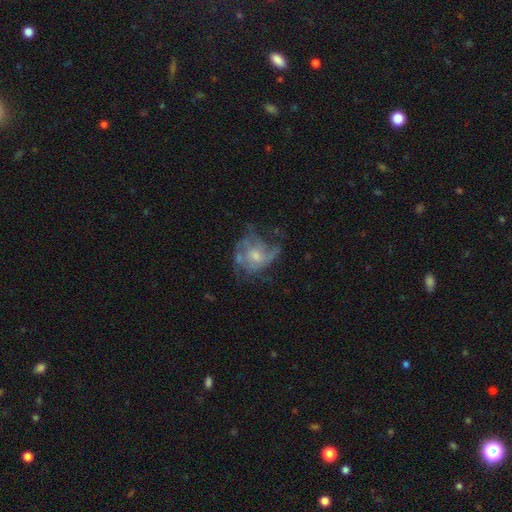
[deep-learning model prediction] A featured or disk galaxy (70%) with no bar (73%), spiral arms (66%) and a moderate central bulge (46%).

Vote fractions:
- Smooth or featured? featured or disk: 70% / smooth: 22% / star or artifact: 8%
- Edge-on disk? no: 98% / yes: 2%
- Bar? no: 73% / weak: 24% / strong: 3%
- Spiral arms? yes: 66% / no: 34%
- Bulge size? moderate: 46% / small: 41% / none: 8% / large: 4% / dominant: 1%
- Merging? none: 39% / major disturbance: 34% / minor disturbance: 24% / merger: 4%